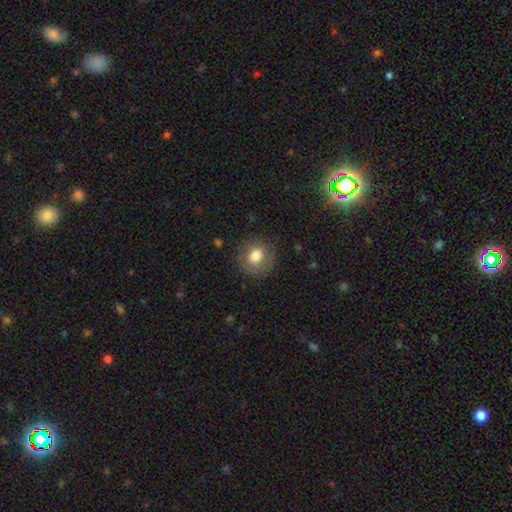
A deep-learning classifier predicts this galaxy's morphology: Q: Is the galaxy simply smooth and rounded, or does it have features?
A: smooth — 77%.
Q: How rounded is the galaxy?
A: round — 76%.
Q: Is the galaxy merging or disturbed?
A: none — 81%.